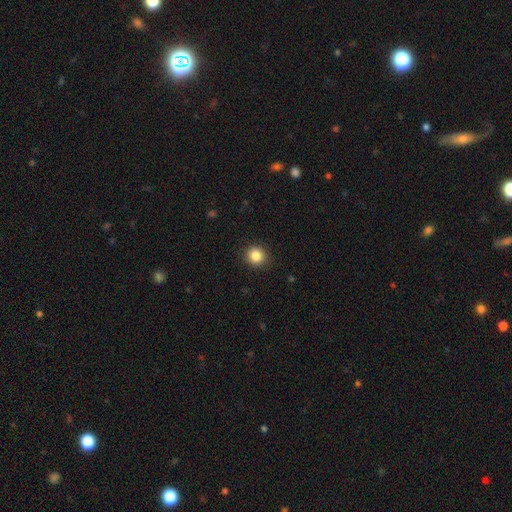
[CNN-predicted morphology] Overall: smooth (85%). How rounded: round (91%). Merging: none (91%).